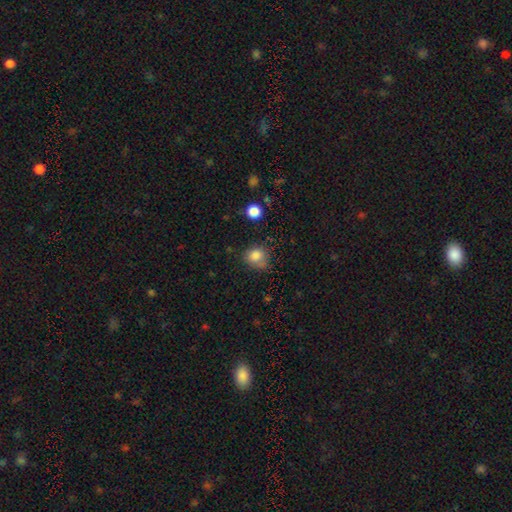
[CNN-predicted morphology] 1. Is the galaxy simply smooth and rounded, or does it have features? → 82% smooth, 11% star or artifact, 7% featured or disk.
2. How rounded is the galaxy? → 75% round, 24% in between, 1% cigar-shaped.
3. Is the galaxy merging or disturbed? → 59% none, 25% minor disturbance, 8% major disturbance, 7% merger.